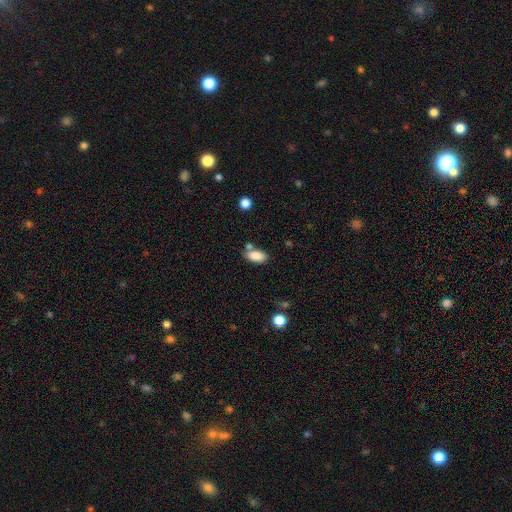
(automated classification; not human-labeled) Overall: smooth (86%). How rounded: in between (92%). Merging: none (63%).